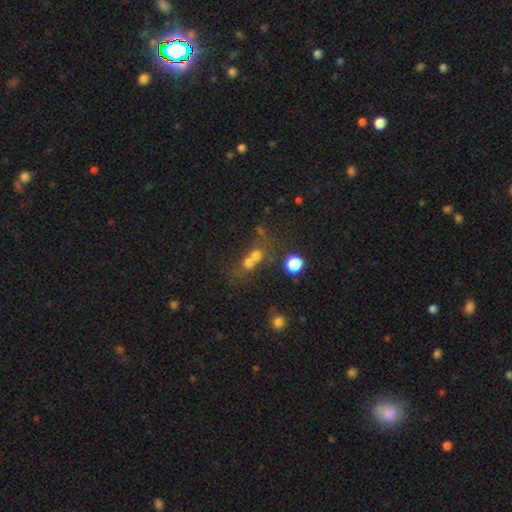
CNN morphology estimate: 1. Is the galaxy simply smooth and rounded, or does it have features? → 62% smooth, 20% star or artifact, 18% featured or disk.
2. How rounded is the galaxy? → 76% round, 22% in between, 2% cigar-shaped.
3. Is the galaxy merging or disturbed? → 58% merger, 31% none, 6% minor disturbance, 5% major disturbance.